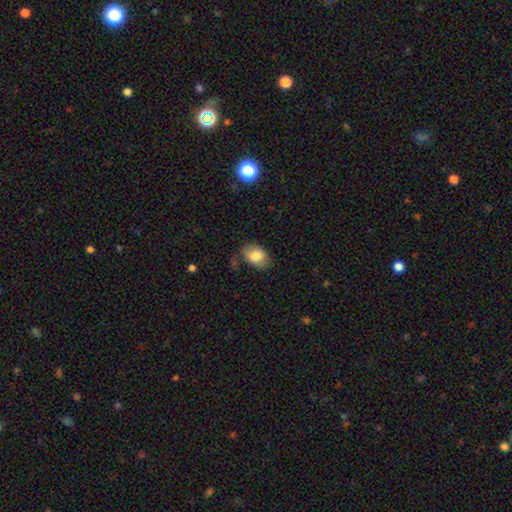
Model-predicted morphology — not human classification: The model was most divided on "merging": none: 65%, minor disturbance: 23%, major disturbance: 8%, merger: 4%. More confident: how rounded — in between (85%); smooth or featured — smooth (79%).